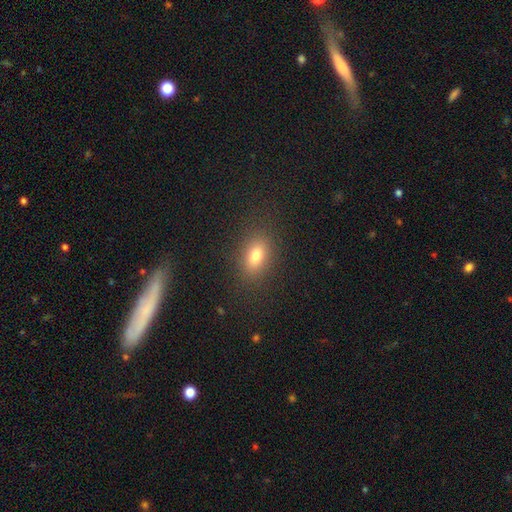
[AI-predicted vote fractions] The model was most divided on "how rounded": in between: 80%, round: 16%, cigar-shaped: 5%. More confident: merging — none (85%); smooth or featured — smooth (77%).